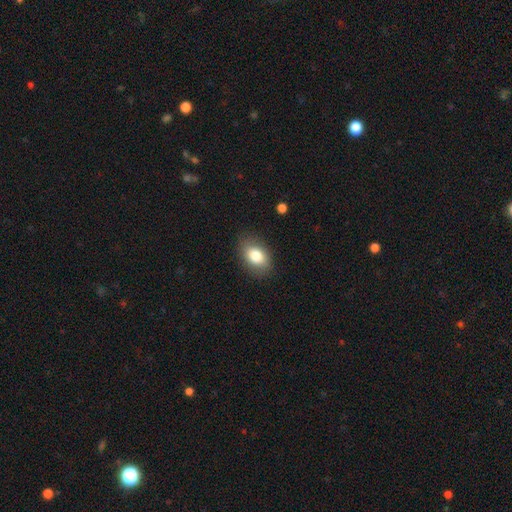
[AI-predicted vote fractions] smooth_or_featured: smooth (p=0.82) [alt: featured or disk p=0.10]
how_rounded: in between (p=0.84) [alt: round p=0.15]
merging: none (p=0.83) [alt: minor disturbance p=0.12]